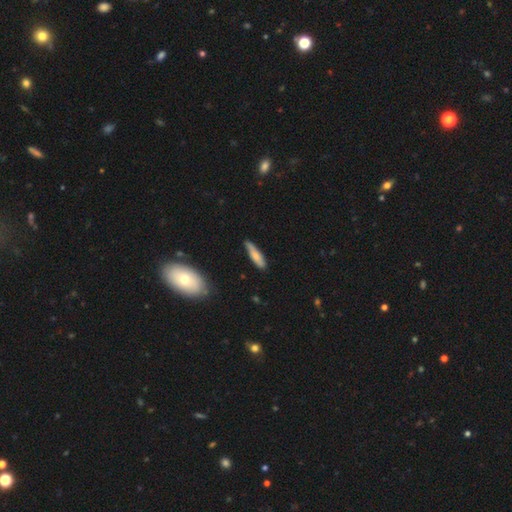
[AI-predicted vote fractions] Smooth or featured? Predicted: smooth (p=0.72). How rounded? Predicted: cigar-shaped (p=0.75). Merging? Predicted: none (p=0.75).